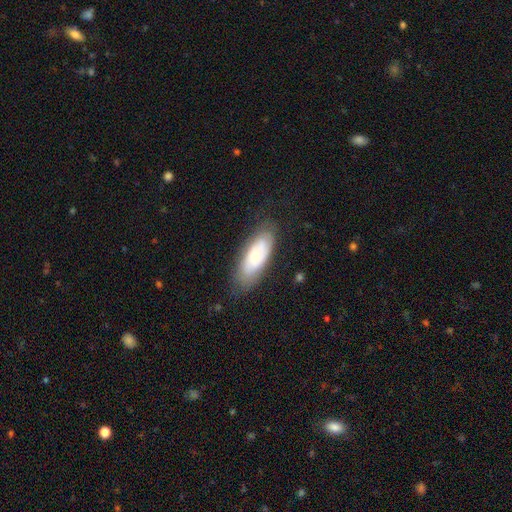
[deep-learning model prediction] This appears to be a featured or disk galaxy (48%). Merging: none (76%).